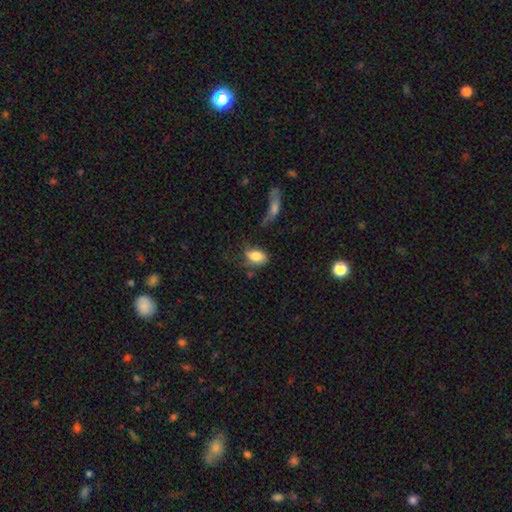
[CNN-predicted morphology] smooth-or-featured: smooth: 77% | featured or disk: 15% | star or artifact: 8%
  how-rounded: in between: 86% | round: 11% | cigar-shaped: 3%
  merging: none: 41% | minor disturbance: 28% | major disturbance: 22% | merger: 10%